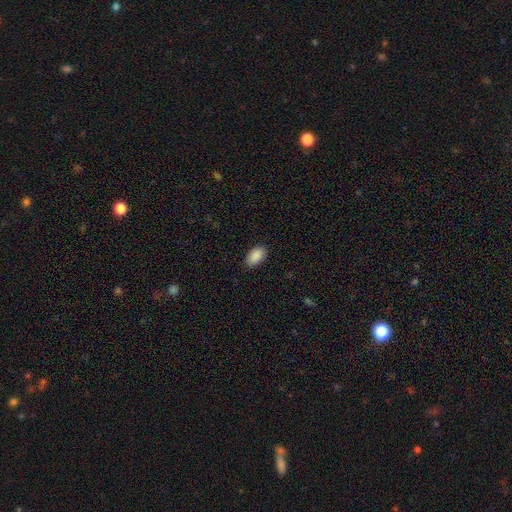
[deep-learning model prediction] A smooth galaxy with no disk features (90%) that is in between round and cigar-shaped (94%).

Vote fractions:
- Smooth or featured? smooth: 90% / star or artifact: 6% / featured or disk: 3%
- How rounded? in between: 94% / round: 5% / cigar-shaped: 1%
- Merging? none: 87% / minor disturbance: 10% / major disturbance: 2% / merger: 1%